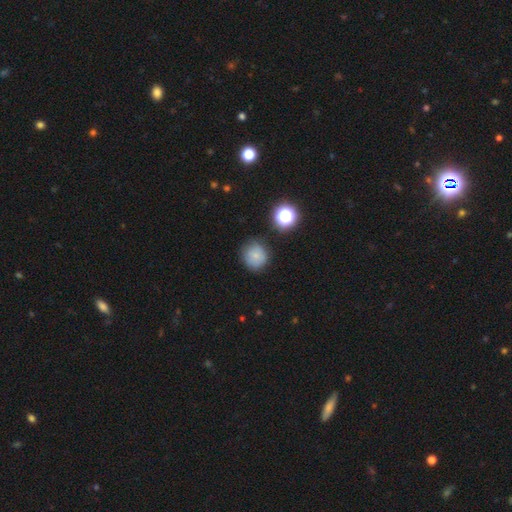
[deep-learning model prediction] Overall: smooth (77%). How rounded: round (89%). Merging: none (77%).